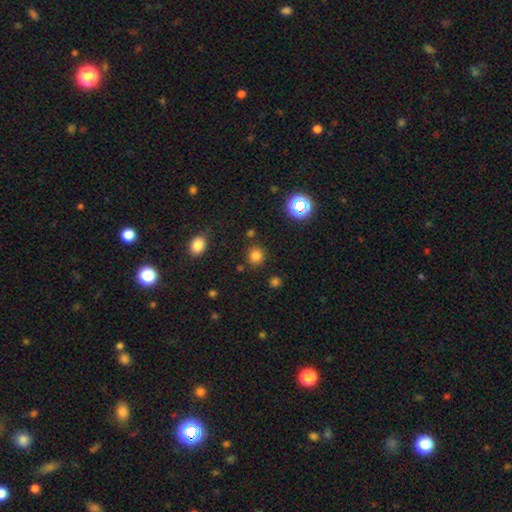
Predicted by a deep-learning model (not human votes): Smooth or featured? smooth (77%)
How rounded? round (90%)
Merging? none (86%)